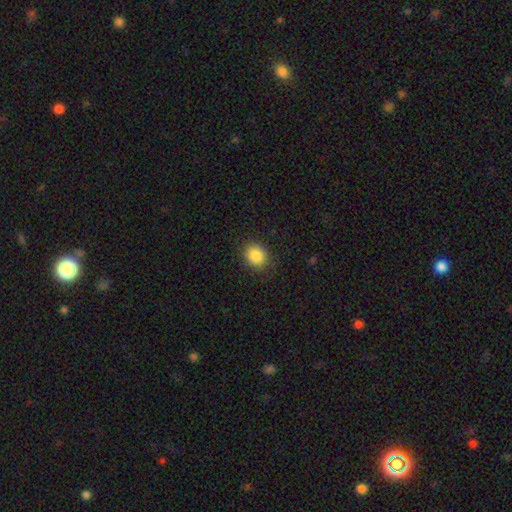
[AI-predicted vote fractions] Overall: smooth (87%). How rounded: round (64%; in between 36%). Merging: none (85%).